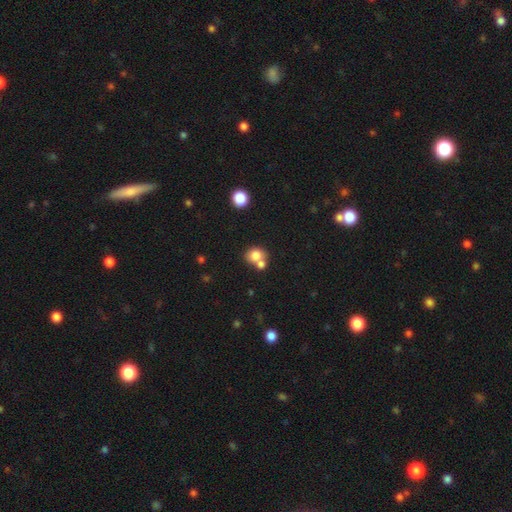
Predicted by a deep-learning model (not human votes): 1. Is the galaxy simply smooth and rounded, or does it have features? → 79% smooth, 11% star or artifact, 10% featured or disk.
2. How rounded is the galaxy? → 68% round, 32% in between, 1% cigar-shaped.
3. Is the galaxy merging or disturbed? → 45% merger, 43% none, 9% minor disturbance, 3% major disturbance.